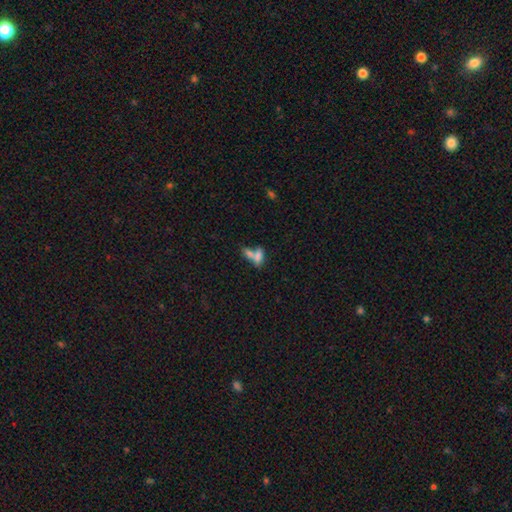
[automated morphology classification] Smooth or featured?
  - smooth: 73% *
  - featured or disk: 17%
  - star or artifact: 10%
How rounded?
  - in between: 78% *
  - cigar-shaped: 16%
  - round: 7%
Merging?
  - merger: 65% *
  - none: 23%
  - minor disturbance: 7%
  - major disturbance: 5%